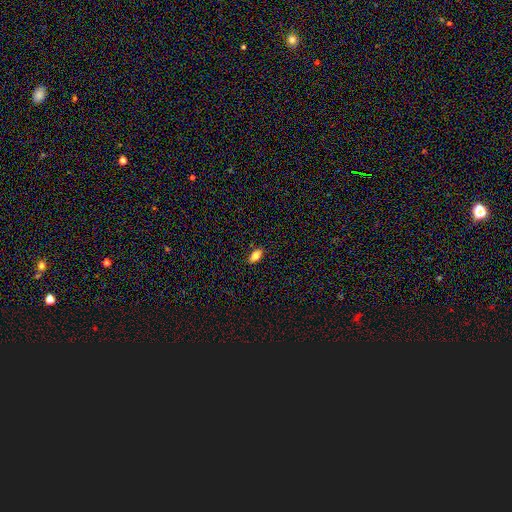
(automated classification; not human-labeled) The model was most divided on "smooth or featured": smooth: 81%, featured or disk: 11%, star or artifact: 9%. More confident: how rounded — in between (89%); merging — none (88%).